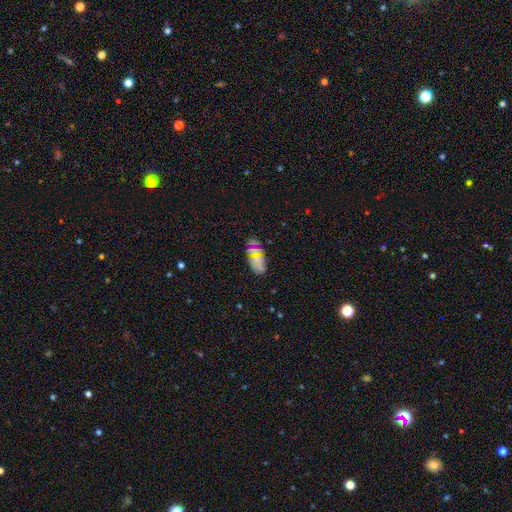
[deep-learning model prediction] smooth 51%, star or artifact 29%, featured or disk 20%. Down the decision tree: how rounded — in between (87%); merging — none (74%).